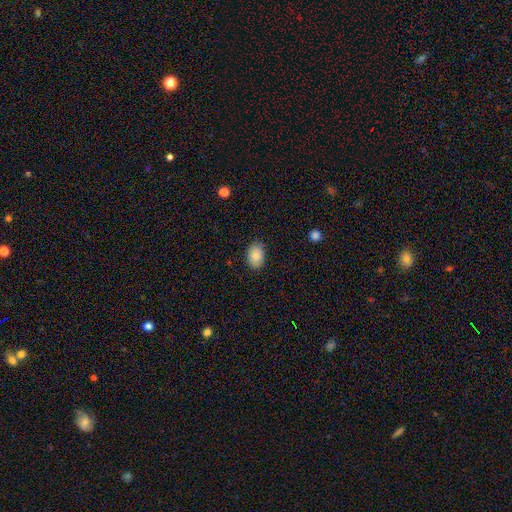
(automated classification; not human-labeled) smooth-or-featured: smooth: 86% | star or artifact: 7% | featured or disk: 7%
  how-rounded: in between: 83% | round: 16% | cigar-shaped: 1%
  merging: none: 87% | minor disturbance: 10% | major disturbance: 2% | merger: 1%